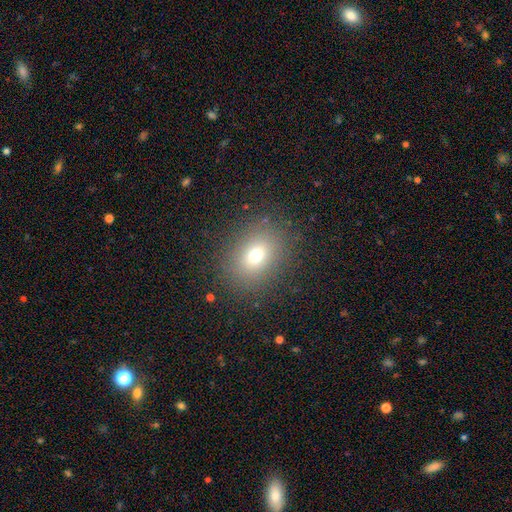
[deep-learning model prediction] A smooth galaxy with no disk features (70%) that is round (51%).

Vote fractions:
- Smooth or featured? smooth: 70% / star or artifact: 17% / featured or disk: 13%
- How rounded? round: 51% / in between: 48% / cigar-shaped: 1%
- Merging? none: 85% / minor disturbance: 9% / major disturbance: 5% / merger: 1%